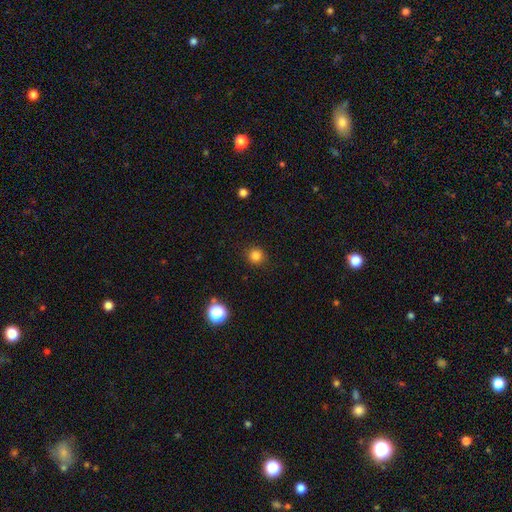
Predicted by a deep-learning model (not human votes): A smooth galaxy with no disk features (83%) that is round (94%). Merging: none (91%).